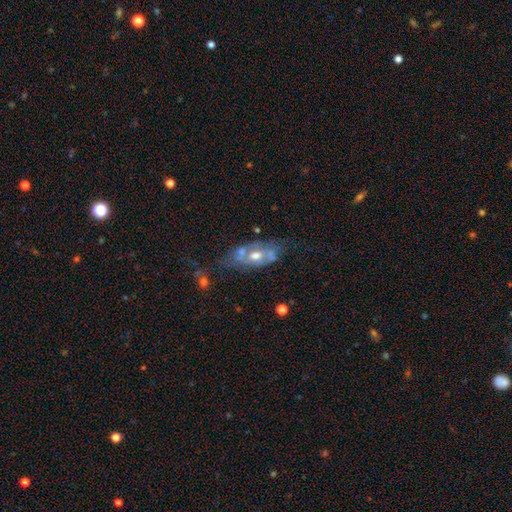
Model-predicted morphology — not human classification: This is likely a featured or disk galaxy (67%). It is clearly not viewed edge-on (85%). Bar: likely no (72%). Spiral arm pattern: possibly no (55%). Central bulge: likely moderate (70%). Merging: possibly none (50%).